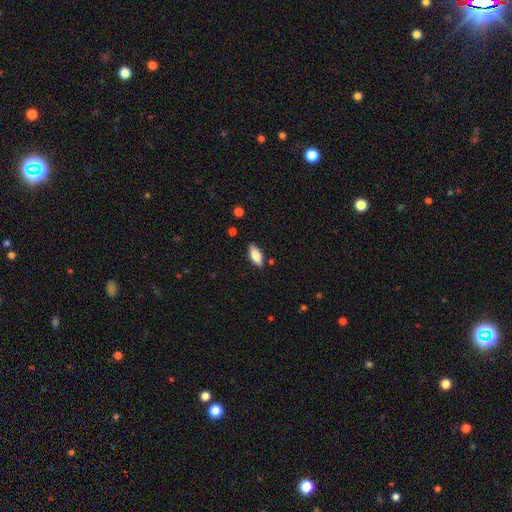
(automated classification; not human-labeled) Smooth or featured? Predicted: smooth (p=0.77). How rounded? Predicted: in between (p=0.81). Merging? Predicted: none (p=0.85).